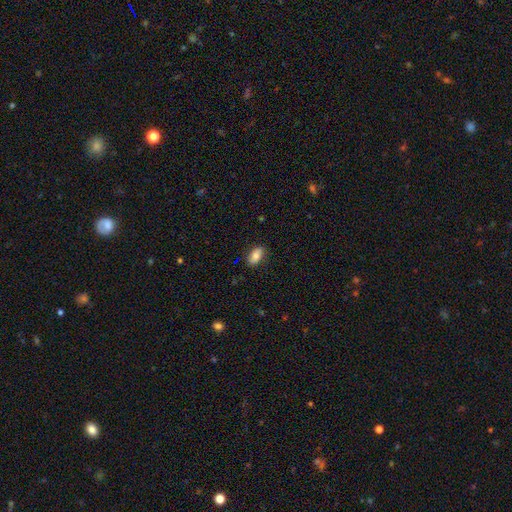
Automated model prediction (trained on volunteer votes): Smooth or featured: smooth — 81% (featured or disk — 12%)
How rounded: in between — 91% (round — 6%)
Merging: none — 84% (minor disturbance — 12%)